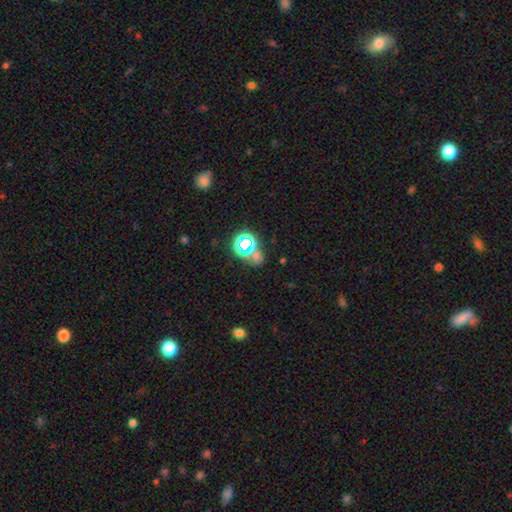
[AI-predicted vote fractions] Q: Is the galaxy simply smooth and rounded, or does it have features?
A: star or artifact — 54%.